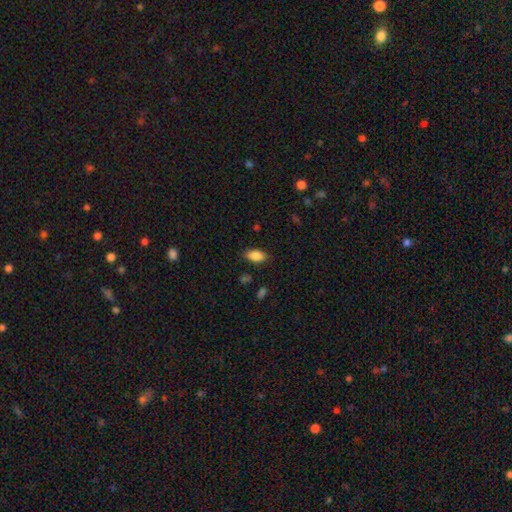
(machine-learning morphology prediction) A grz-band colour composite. It shows a smooth galaxy with no disk features (85%) that is in between round and cigar-shaped (90%). Merging: none (82%).